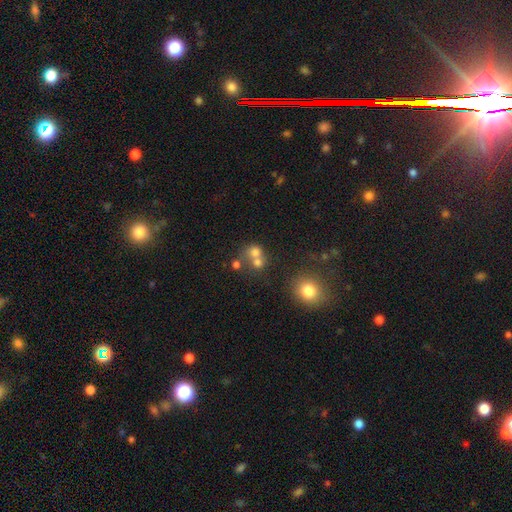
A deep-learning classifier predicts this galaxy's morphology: smooth 68%, featured or disk 17%, star or artifact 15%. Down the decision tree: how rounded — round (78%); merging — merger (53%).